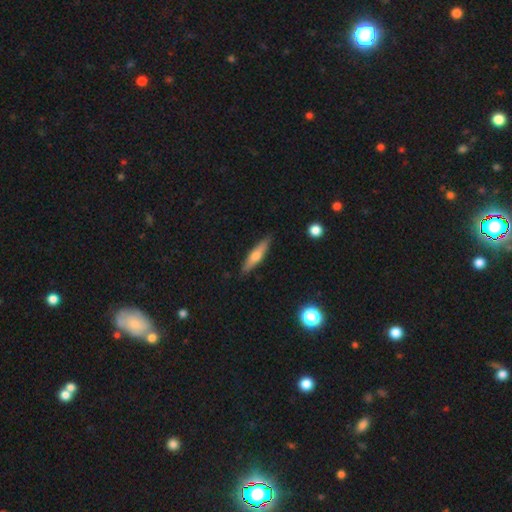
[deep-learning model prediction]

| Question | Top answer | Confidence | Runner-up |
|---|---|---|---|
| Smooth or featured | smooth | 53% | featured or disk (41%) |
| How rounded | cigar-shaped | 78% | in between (20%) |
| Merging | none | 88% | minor disturbance (9%) |